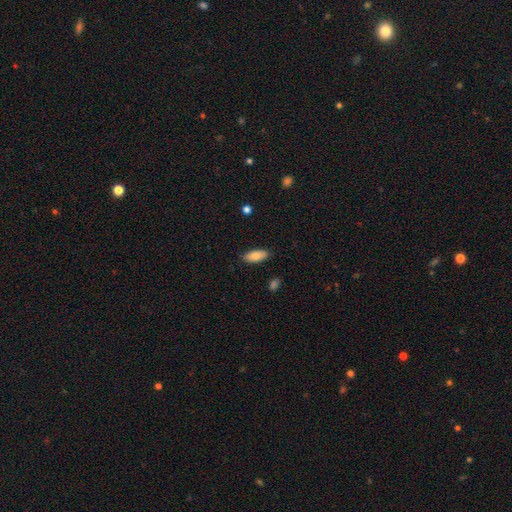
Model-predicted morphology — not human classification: This is clearly a smooth galaxy (83%). How rounded: clearly in between (85%). Merging: clearly none (87%).